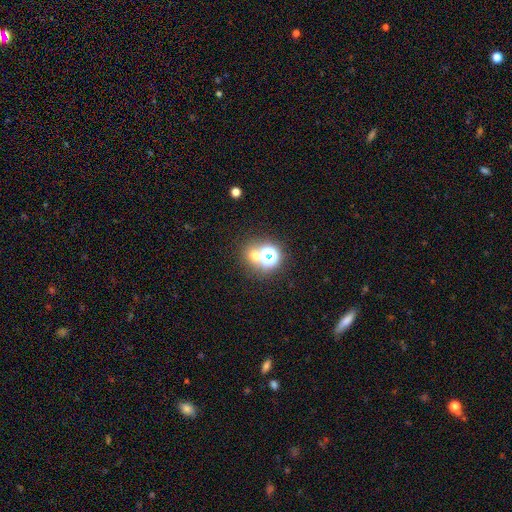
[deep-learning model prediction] Morphology: type=smooth (50%); merging=none (64%).